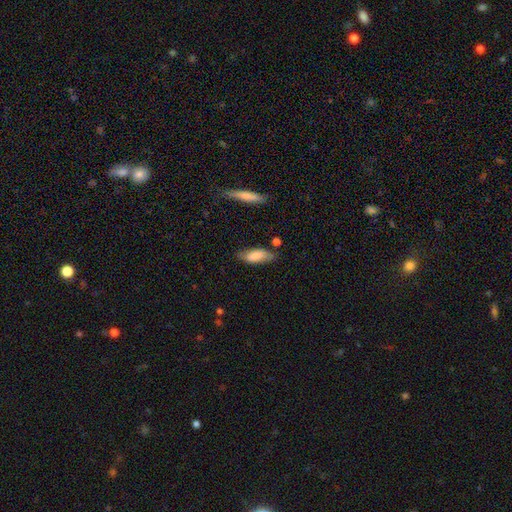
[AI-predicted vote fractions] This appears to be a smooth galaxy with no disk features (77%) that is in between round and cigar-shaped (70%). Merging: none (67%).